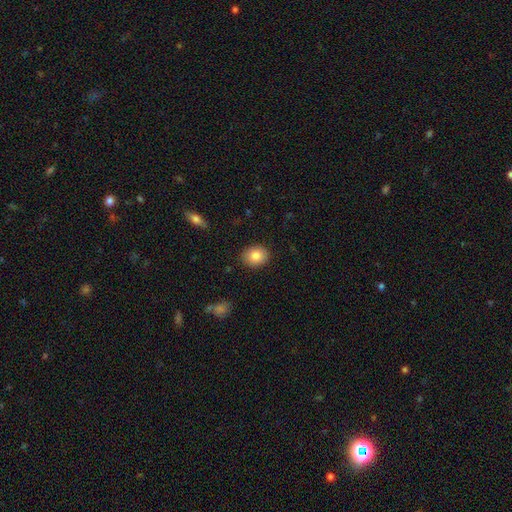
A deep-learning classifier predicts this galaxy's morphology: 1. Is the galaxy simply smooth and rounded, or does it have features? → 84% smooth, 8% star or artifact, 8% featured or disk.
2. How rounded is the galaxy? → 55% round, 44% in between, 1% cigar-shaped.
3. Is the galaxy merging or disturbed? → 88% none, 9% minor disturbance, 2% major disturbance, 1% merger.